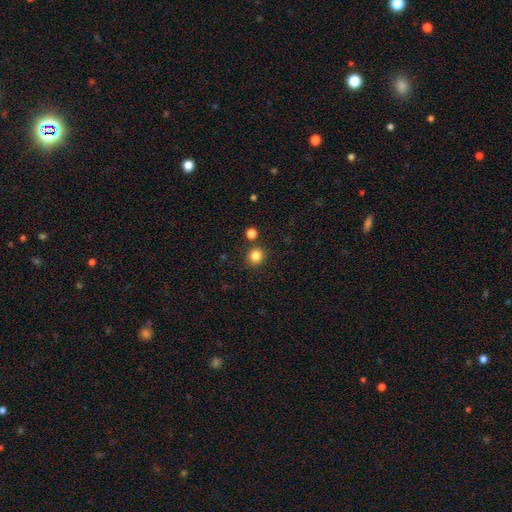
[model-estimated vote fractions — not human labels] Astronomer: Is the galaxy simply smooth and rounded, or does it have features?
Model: smooth — 83%.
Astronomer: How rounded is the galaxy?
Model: round — 91%.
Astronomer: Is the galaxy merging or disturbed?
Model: none — 86%.